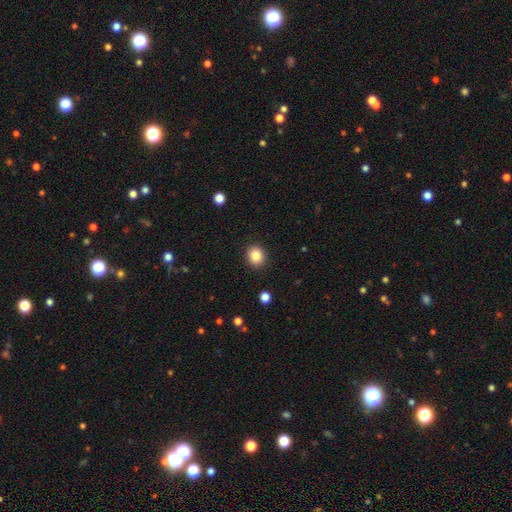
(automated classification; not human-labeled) Smooth or featured: smooth — 84% (star or artifact — 10%)
How rounded: round — 78% (in between — 21%)
Merging: none — 91% (minor disturbance — 6%)